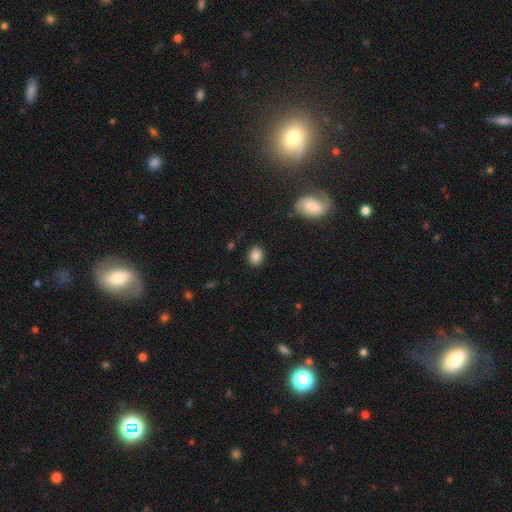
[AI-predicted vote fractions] The model was most divided on "how rounded": in between: 56%, round: 43%, cigar-shaped: 1%. More confident: merging — none (88%); smooth or featured — smooth (85%).